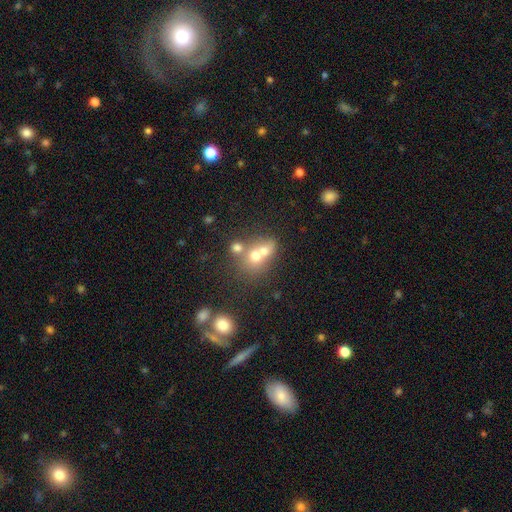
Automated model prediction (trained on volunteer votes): smooth-or-featured: smooth: 58% | featured or disk: 24% | star or artifact: 18%
  how-rounded: round: 64% | in between: 35% | cigar-shaped: 2%
  merging: merger: 58% | none: 29% | minor disturbance: 8% | major disturbance: 5%